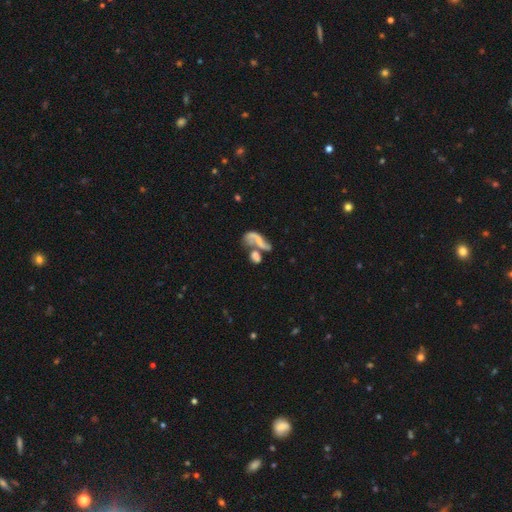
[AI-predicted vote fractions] Smooth or featured? smooth (47%)
Merging? merger (54%)